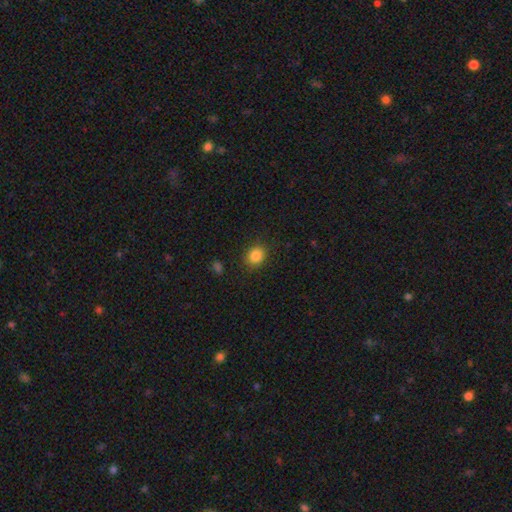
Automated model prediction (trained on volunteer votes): This is clearly a smooth galaxy (85%). How rounded: likely round (68%). Merging: clearly none (87%).